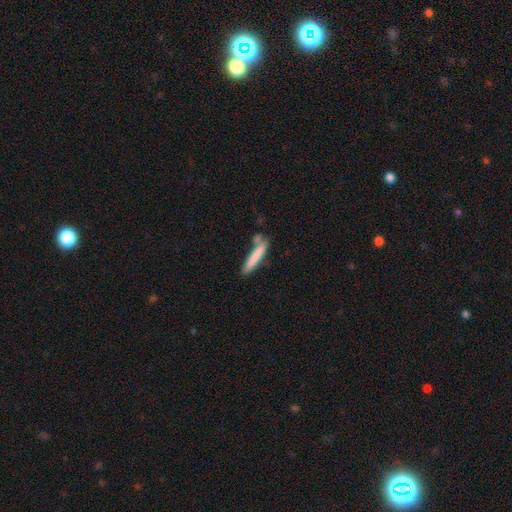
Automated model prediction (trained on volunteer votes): smooth-or-featured: smooth: 77% | featured or disk: 16% | star or artifact: 6%
  how-rounded: cigar-shaped: 91% | in between: 7% | round: 1%
  merging: none: 66% | minor disturbance: 16% | merger: 13% | major disturbance: 4%